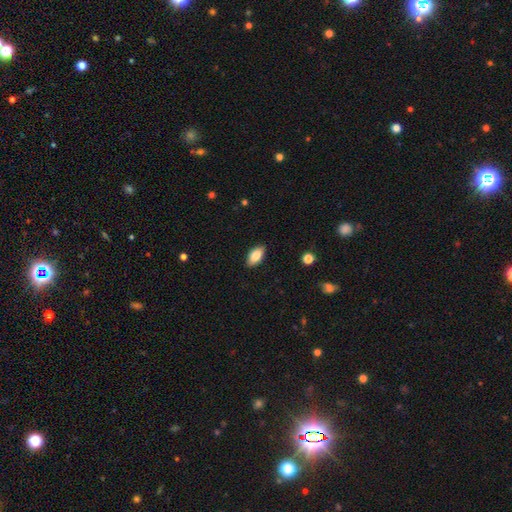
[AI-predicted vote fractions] Smooth or featured?
  - smooth: 82% *
  - featured or disk: 11%
  - star or artifact: 7%
How rounded?
  - in between: 92% *
  - cigar-shaped: 5%
  - round: 3%
Merging?
  - none: 88% *
  - minor disturbance: 9%
  - major disturbance: 2%
  - merger: 1%